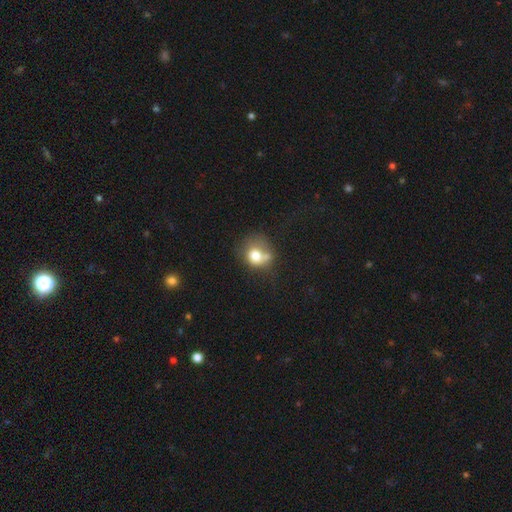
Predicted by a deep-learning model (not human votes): A smooth galaxy with no disk features (71%) that is round (69%).

Vote fractions:
- Smooth or featured? smooth: 71% / featured or disk: 19% / star or artifact: 11%
- How rounded? round: 69% / in between: 30% / cigar-shaped: 1%
- Merging? none: 34% / merger: 30% / minor disturbance: 21% / major disturbance: 15%